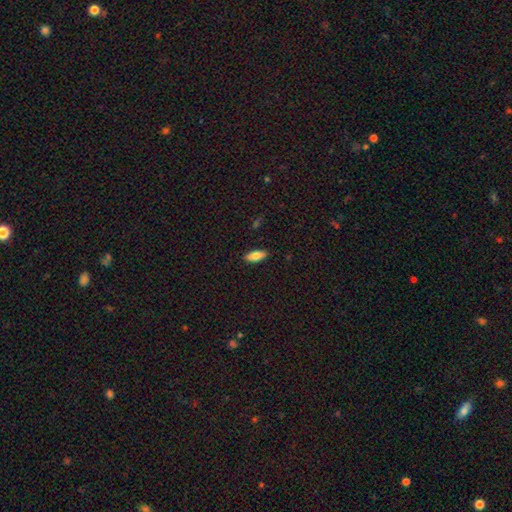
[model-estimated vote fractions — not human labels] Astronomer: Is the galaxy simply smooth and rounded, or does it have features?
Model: smooth — 82%.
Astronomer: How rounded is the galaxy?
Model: in between — 81%.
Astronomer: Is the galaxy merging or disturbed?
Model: none — 89%.